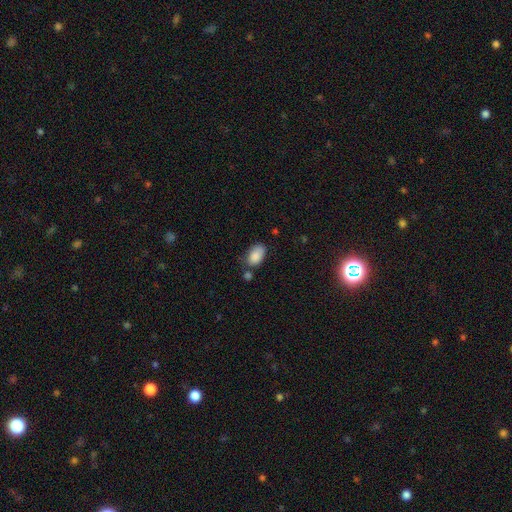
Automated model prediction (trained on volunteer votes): Q: Smooth or featured?
A: smooth (87%); runner-up: star or artifact (7%)
Q: How rounded?
A: in between (92%); runner-up: round (6%)
Q: Merging?
A: none (59%); runner-up: minor disturbance (24%)